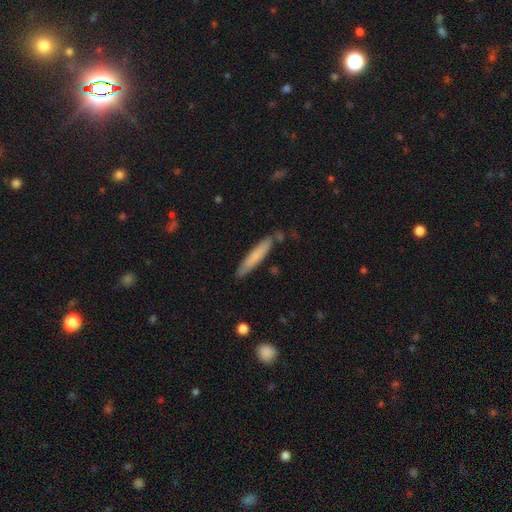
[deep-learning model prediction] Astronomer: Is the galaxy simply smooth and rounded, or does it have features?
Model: smooth — 72%.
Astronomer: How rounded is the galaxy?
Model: cigar-shaped — 92%.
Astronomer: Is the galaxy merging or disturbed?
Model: none — 82%.